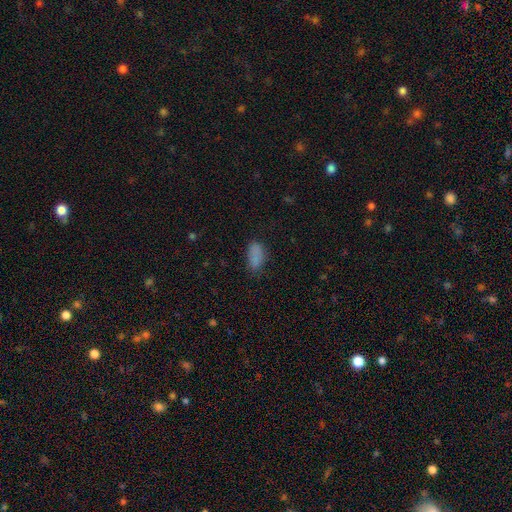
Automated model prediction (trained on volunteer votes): smooth_or_featured: smooth (p=0.82) [alt: star or artifact p=0.11]
how_rounded: in between (p=0.91) [alt: cigar-shaped p=0.05]
merging: none (p=0.69) [alt: minor disturbance p=0.22]